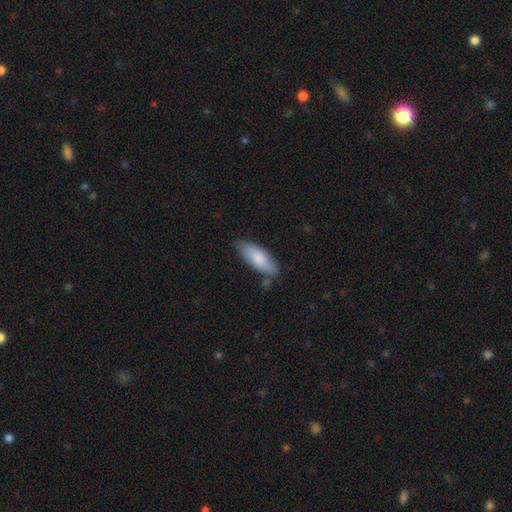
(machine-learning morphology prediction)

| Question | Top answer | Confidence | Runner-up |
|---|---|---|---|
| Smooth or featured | smooth | 77% | featured or disk (17%) |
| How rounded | in between | 74% | cigar-shaped (24%) |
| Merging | none | 69% | minor disturbance (22%) |